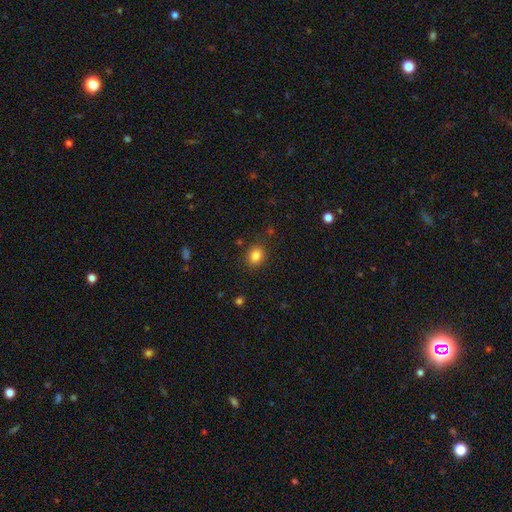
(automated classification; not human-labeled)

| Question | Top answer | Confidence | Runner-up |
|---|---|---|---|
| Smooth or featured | smooth | 84% | star or artifact (11%) |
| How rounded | round | 58% | in between (41%) |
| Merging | none | 86% | minor disturbance (9%) |